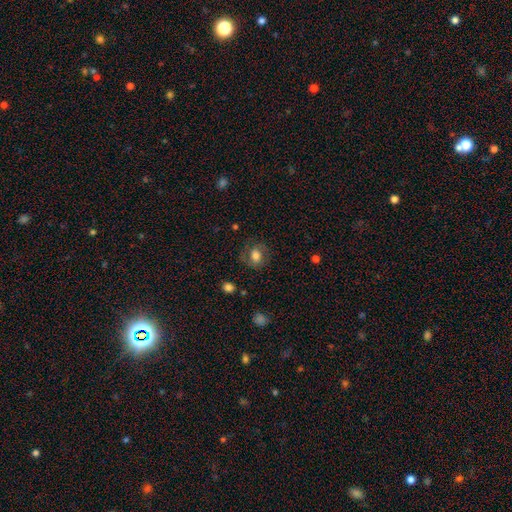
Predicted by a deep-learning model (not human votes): This appears to be a smooth galaxy with no disk features (65%) that is round (61%). Merging: none (74%).